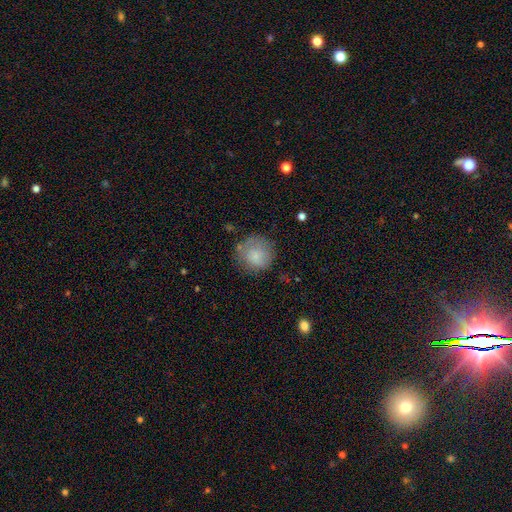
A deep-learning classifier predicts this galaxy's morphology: A smooth galaxy with no disk features (81%) that is round (91%).

Vote fractions:
- Smooth or featured? smooth: 81% / featured or disk: 11% / star or artifact: 8%
- How rounded? round: 91% / in between: 8% / cigar-shaped: 1%
- Merging? none: 71% / minor disturbance: 20% / major disturbance: 7% / merger: 3%